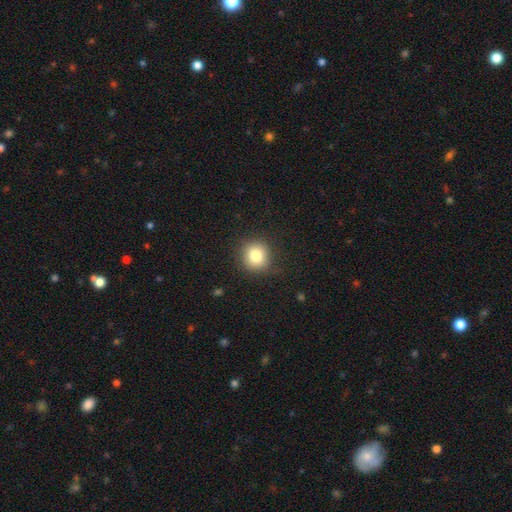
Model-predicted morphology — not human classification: type=smooth (82%); roundness=round (87%); merging=none (83%).